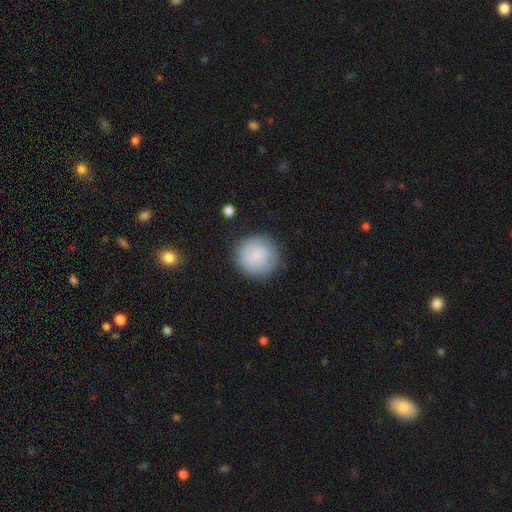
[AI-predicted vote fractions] This is likely a smooth galaxy (70%). How rounded: clearly round (93%). Merging: likely none (80%).